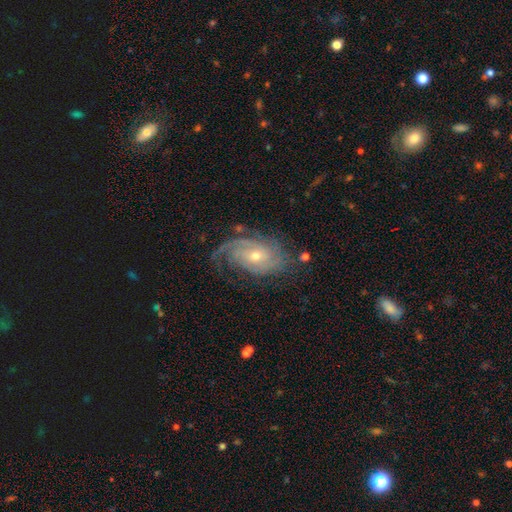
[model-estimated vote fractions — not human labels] featured or disk 85%, smooth 9%, star or artifact 6%. Down the decision tree: edge-on disk — no (96%); bar — no (67%); spiral arms — yes (95%); spiral arm count — can't tell (29%); spiral winding — tight (55%); bulge size — small (50%); merging — none (64%).